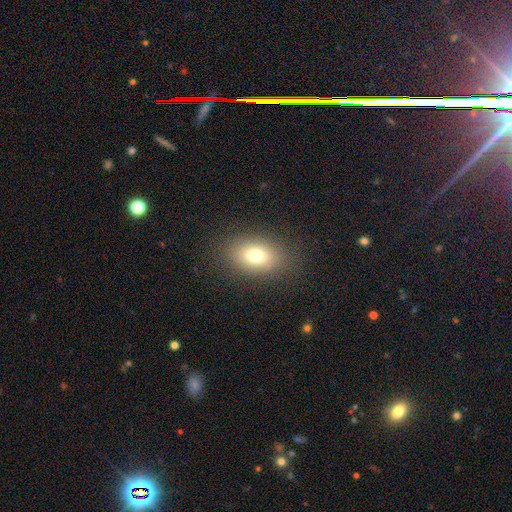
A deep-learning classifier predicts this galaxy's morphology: Smooth or featured?
  - smooth: 74% *
  - star or artifact: 13%
  - featured or disk: 13%
How rounded?
  - in between: 77% *
  - round: 21%
  - cigar-shaped: 2%
Merging?
  - none: 84% *
  - minor disturbance: 10%
  - major disturbance: 5%
  - merger: 1%